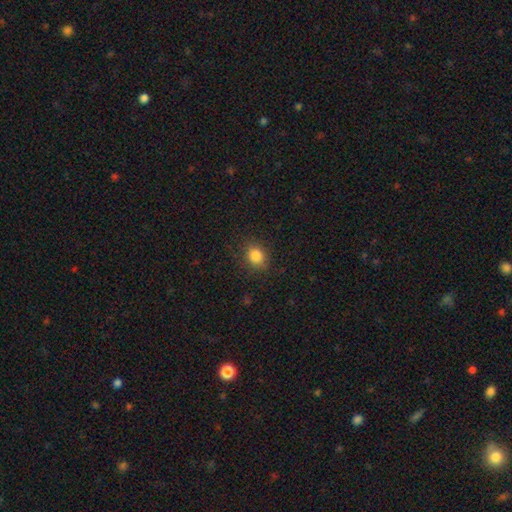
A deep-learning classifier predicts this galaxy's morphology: Smooth or featured? Predicted: smooth (p=0.84). How rounded? Predicted: round (p=0.71). Merging? Predicted: none (p=0.84).